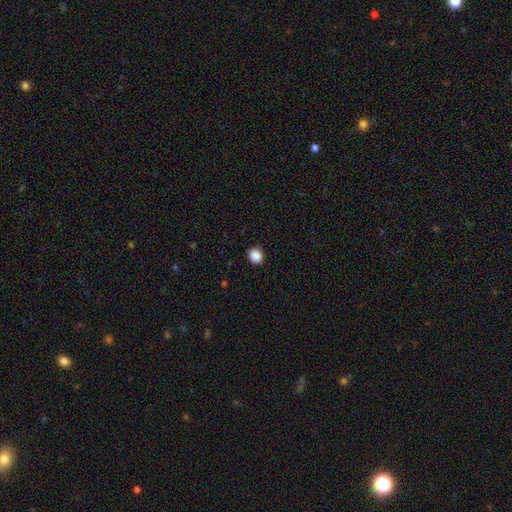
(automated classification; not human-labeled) Smooth or featured: smooth — 88% (star or artifact — 9%)
How rounded: round — 73% (in between — 26%)
Merging: none — 90% (minor disturbance — 7%)